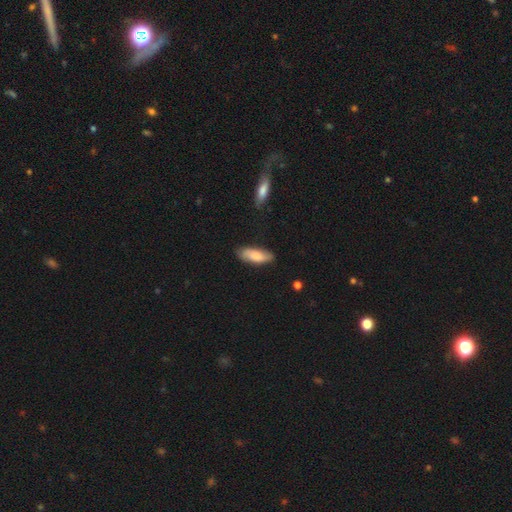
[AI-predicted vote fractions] A smooth galaxy with no disk features (77%) that is in between round and cigar-shaped (67%).

Vote fractions:
- Smooth or featured? smooth: 77% / featured or disk: 17% / star or artifact: 6%
- How rounded? in between: 67% / cigar-shaped: 31% / round: 2%
- Merging? none: 79% / minor disturbance: 16% / major disturbance: 3% / merger: 2%